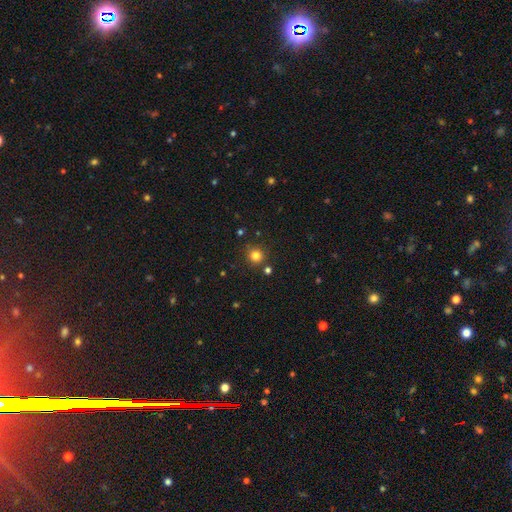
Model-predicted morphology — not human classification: smooth-or-featured: smooth: 81% | star or artifact: 14% | featured or disk: 5%
  how-rounded: round: 93% | in between: 6% | cigar-shaped: 1%
  merging: none: 85% | minor disturbance: 7% | merger: 5% | major disturbance: 2%